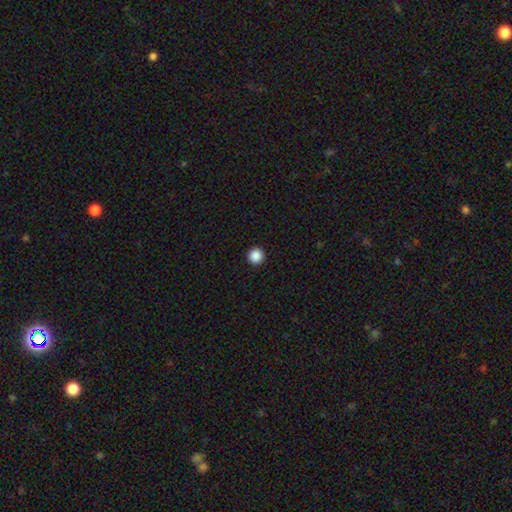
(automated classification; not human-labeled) smooth-or-featured: smooth: 88% | star or artifact: 10% | featured or disk: 2%
  how-rounded: round: 97% | in between: 2% | cigar-shaped: 1%
  merging: none: 94% | minor disturbance: 3% | major disturbance: 1% | merger: 1%